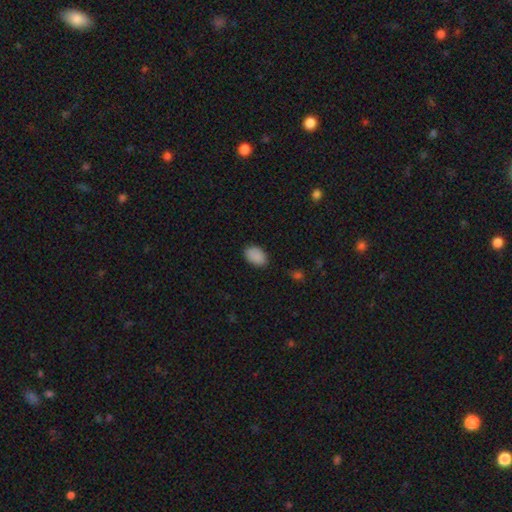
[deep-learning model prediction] smooth_or_featured: smooth (p=0.89) [alt: star or artifact p=0.08]
how_rounded: in between (p=0.89) [alt: round p=0.10]
merging: none (p=0.83) [alt: minor disturbance p=0.13]